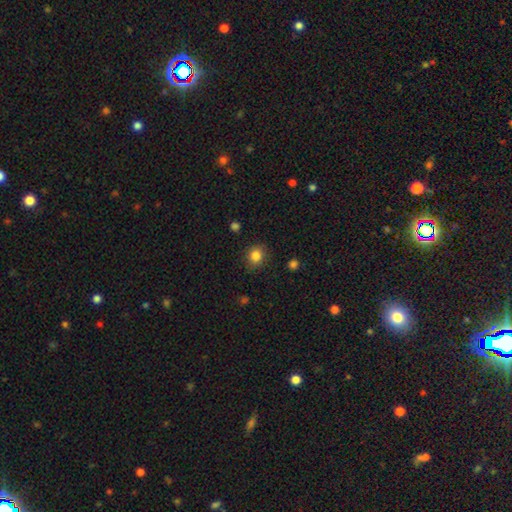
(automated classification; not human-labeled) Smooth or featured? smooth (84%)
How rounded? round (75%)
Merging? none (85%)